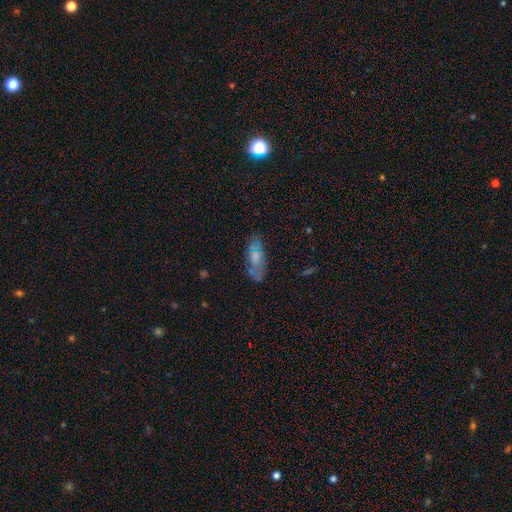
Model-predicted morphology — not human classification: This is possibly a smooth galaxy (57%). How rounded: likely in between (69%). Merging: likely none (69%).